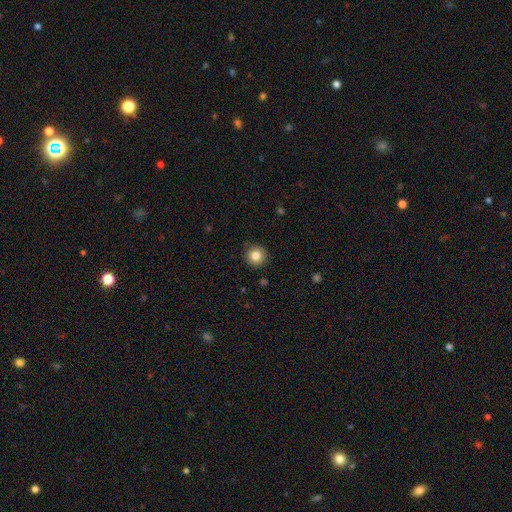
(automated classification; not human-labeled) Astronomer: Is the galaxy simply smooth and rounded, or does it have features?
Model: smooth — 82%.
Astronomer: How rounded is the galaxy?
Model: round — 95%.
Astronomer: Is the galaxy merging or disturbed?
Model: none — 91%.